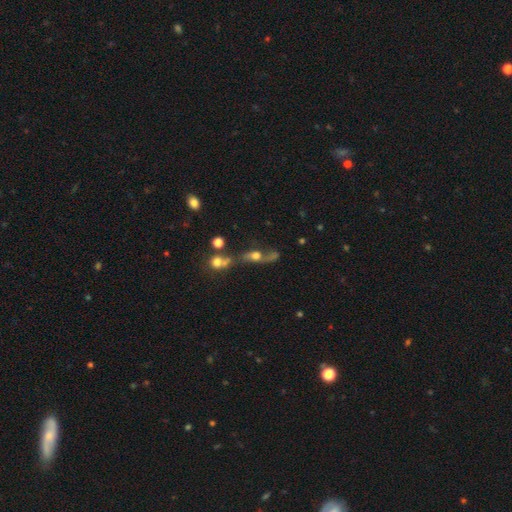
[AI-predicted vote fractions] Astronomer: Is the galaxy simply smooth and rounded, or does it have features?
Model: featured or disk — 47% (runner-up: smooth, 38%).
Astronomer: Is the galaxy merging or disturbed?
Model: none — 35% (runner-up: merger, 31%).